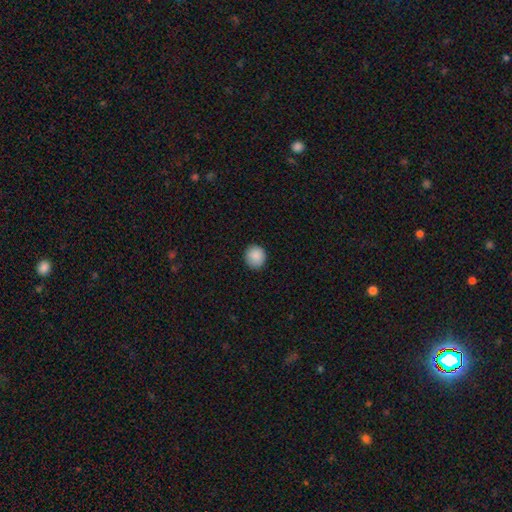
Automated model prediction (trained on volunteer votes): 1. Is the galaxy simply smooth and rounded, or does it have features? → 89% smooth, 8% star or artifact, 4% featured or disk.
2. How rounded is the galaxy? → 92% round, 8% in between, 1% cigar-shaped.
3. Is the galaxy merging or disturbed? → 89% none, 8% minor disturbance, 2% major disturbance, 1% merger.